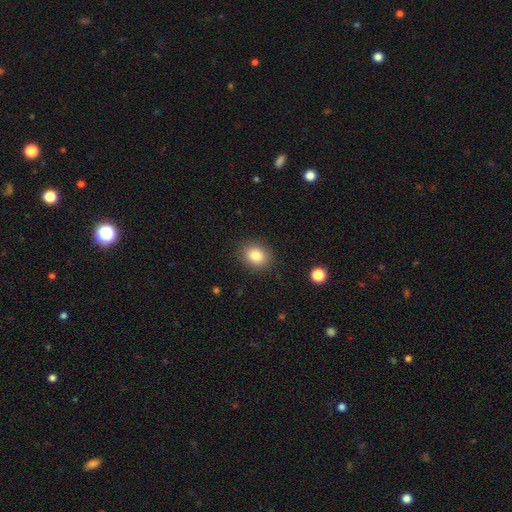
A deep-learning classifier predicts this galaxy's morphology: A smooth galaxy with no disk features (84%) that is round (53%). Merging: none (88%).